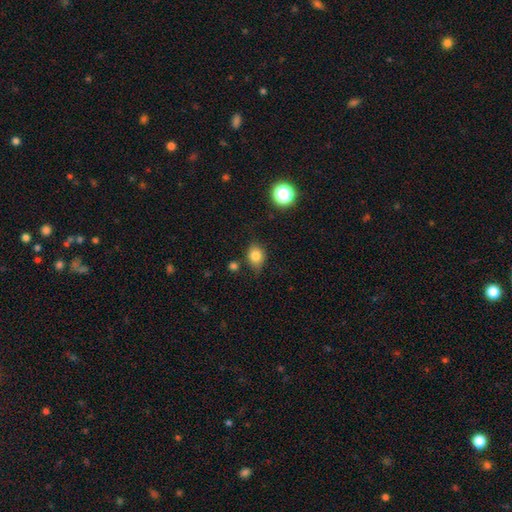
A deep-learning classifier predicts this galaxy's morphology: Smooth or featured?
  - smooth: 80% *
  - star or artifact: 12%
  - featured or disk: 8%
How rounded?
  - round: 53% *
  - in between: 46%
  - cigar-shaped: 1%
Merging?
  - none: 71% *
  - minor disturbance: 20%
  - major disturbance: 4%
  - merger: 4%